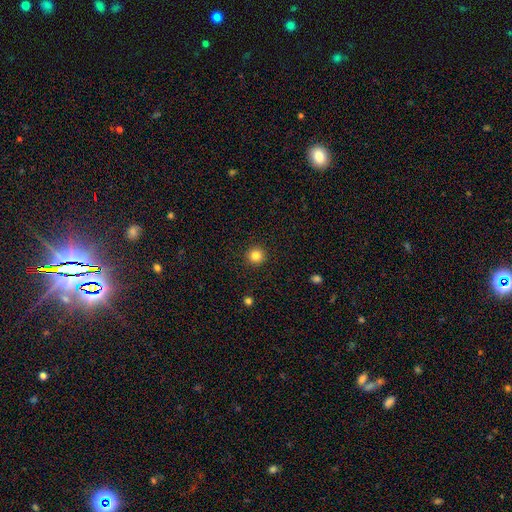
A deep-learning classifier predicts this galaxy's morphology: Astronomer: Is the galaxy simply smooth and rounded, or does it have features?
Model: smooth — 84%.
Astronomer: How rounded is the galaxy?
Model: round — 95%.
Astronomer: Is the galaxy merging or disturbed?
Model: none — 93%.